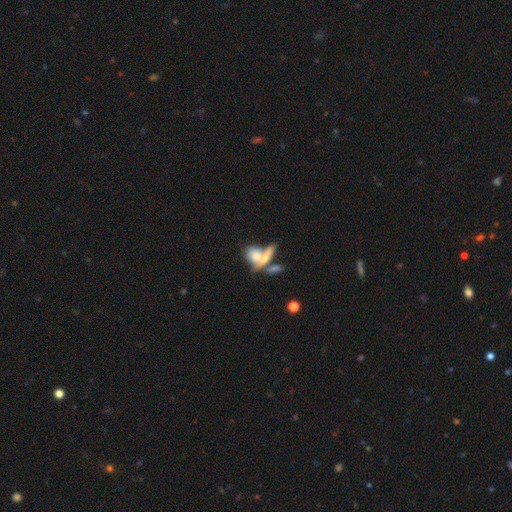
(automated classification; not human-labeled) A smooth galaxy with no disk features (65%) that is in between round and cigar-shaped (67%). Merging: merger (57%).